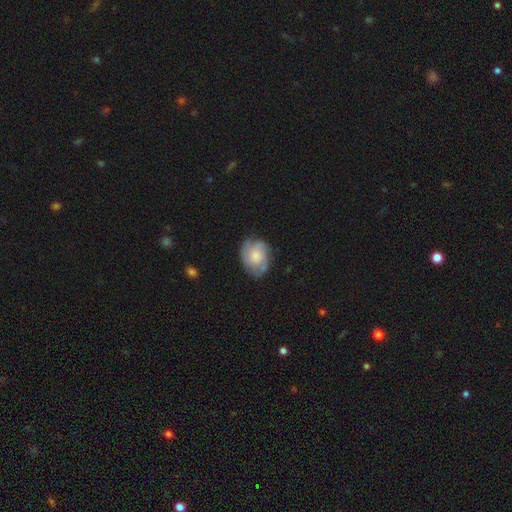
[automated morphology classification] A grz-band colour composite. It shows a featured or disk galaxy (49%). Merging: none (66%).